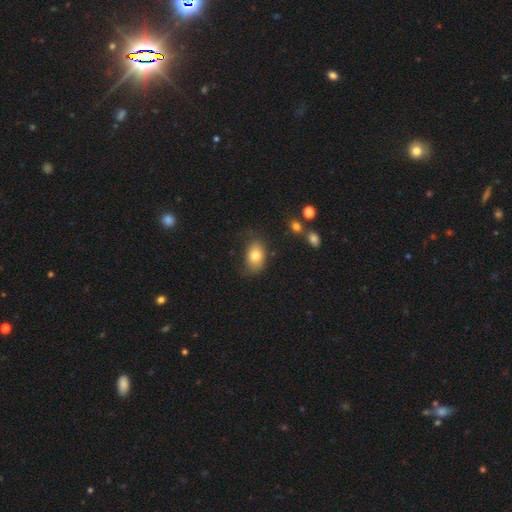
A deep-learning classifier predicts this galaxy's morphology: Q: Smooth or featured?
A: smooth (79%); runner-up: featured or disk (12%)
Q: How rounded?
A: in between (84%); runner-up: round (15%)
Q: Merging?
A: none (66%); runner-up: minor disturbance (24%)